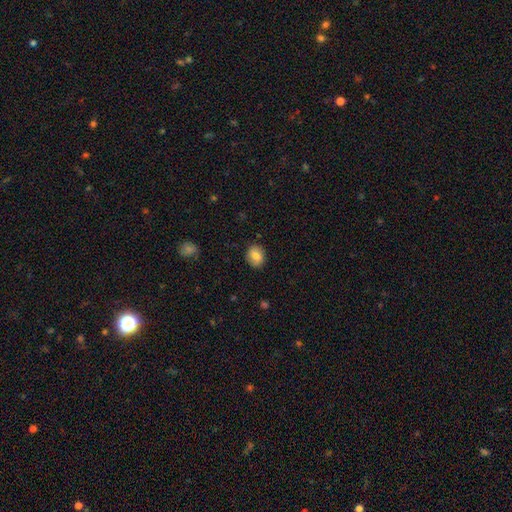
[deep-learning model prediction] smooth_or_featured: smooth (p=0.80) [alt: featured or disk p=0.12]
how_rounded: round (p=0.60) [alt: in between p=0.39]
merging: none (p=0.87) [alt: minor disturbance p=0.10]